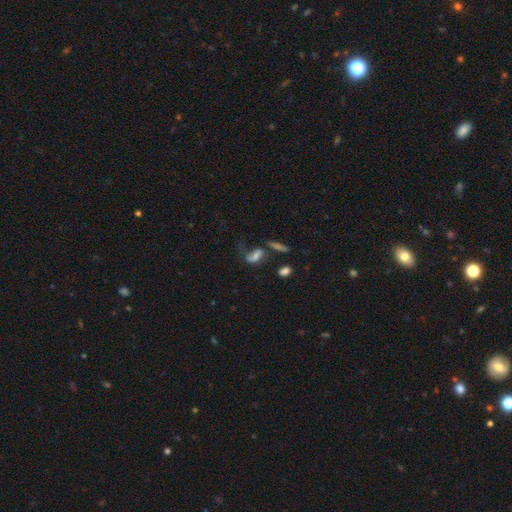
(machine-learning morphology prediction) A smooth galaxy with no disk features (44%). Merging: none (36%).